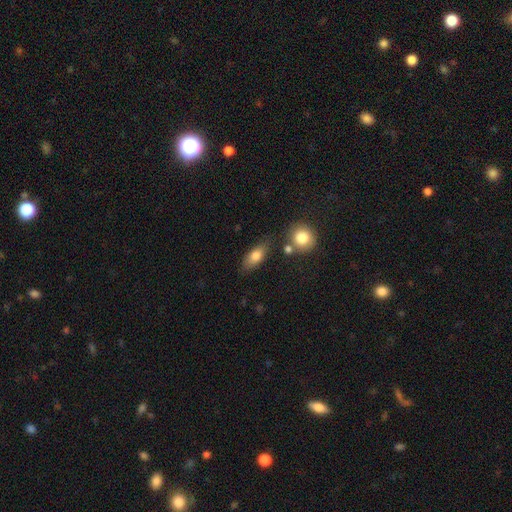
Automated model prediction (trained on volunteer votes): A smooth galaxy with no disk features (76%) that is in between round and cigar-shaped (78%).

Vote fractions:
- Smooth or featured? smooth: 76% / featured or disk: 16% / star or artifact: 8%
- How rounded? in between: 78% / cigar-shaped: 15% / round: 7%
- Merging? none: 72% / minor disturbance: 15% / merger: 8% / major disturbance: 4%